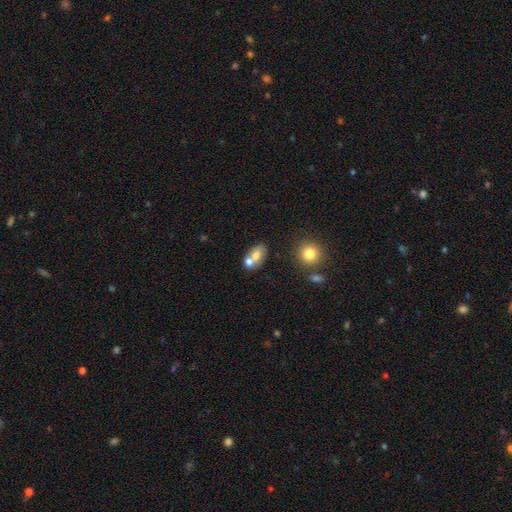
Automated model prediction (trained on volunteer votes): Q: Smooth or featured?
A: smooth (68%); runner-up: featured or disk (22%)
Q: How rounded?
A: in between (79%); runner-up: round (18%)
Q: Merging?
A: merger (50%); runner-up: none (36%)